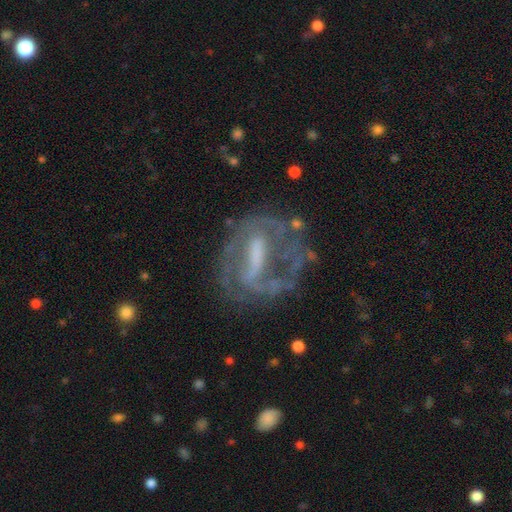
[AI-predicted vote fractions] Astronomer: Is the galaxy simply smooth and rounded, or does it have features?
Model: featured or disk — 79%.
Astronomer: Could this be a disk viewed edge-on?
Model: no — 94%.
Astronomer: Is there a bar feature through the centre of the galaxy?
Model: strong — 55% (runner-up: weak, 31%).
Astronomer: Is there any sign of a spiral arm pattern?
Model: yes — 69%.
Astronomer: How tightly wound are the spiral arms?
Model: tight — 41% (runner-up: medium, 40%).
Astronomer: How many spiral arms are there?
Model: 2 — 44% (runner-up: can't tell, 33%).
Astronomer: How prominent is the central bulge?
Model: none — 33% (runner-up: moderate, 30%).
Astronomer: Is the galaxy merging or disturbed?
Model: none — 54%.